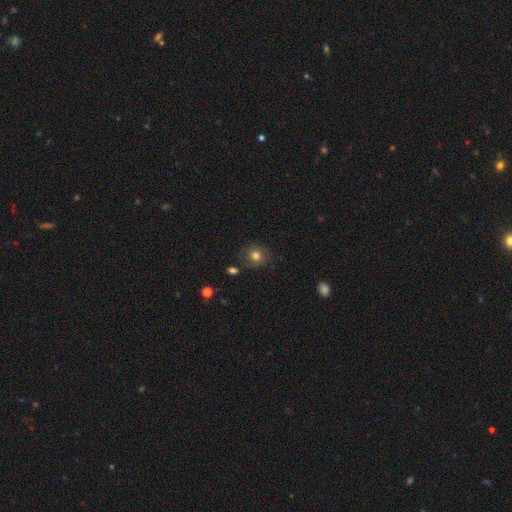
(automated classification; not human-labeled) smooth_or_featured: smooth (p=0.76) [alt: star or artifact p=0.13]
how_rounded: round (p=0.88) [alt: in between p=0.11]
merging: none (p=0.81) [alt: minor disturbance p=0.12]